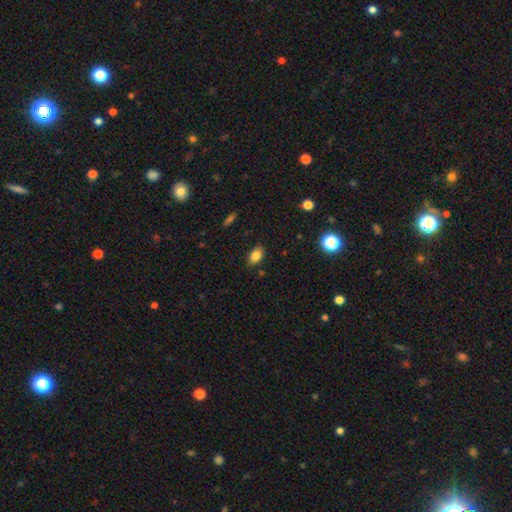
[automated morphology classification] smooth_or_featured: smooth (p=0.82) [alt: star or artifact p=0.10]
how_rounded: in between (p=0.87) [alt: round p=0.11]
merging: none (p=0.85) [alt: minor disturbance p=0.11]